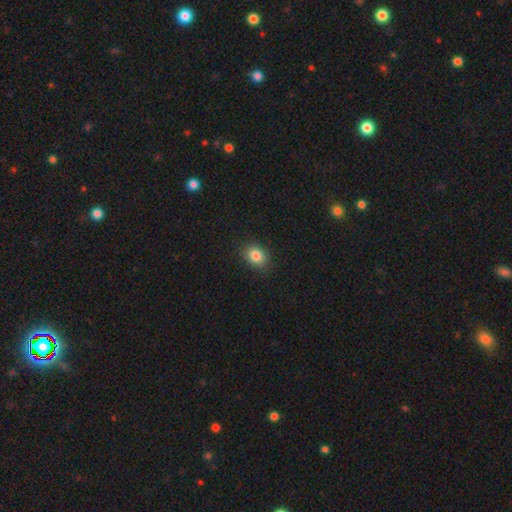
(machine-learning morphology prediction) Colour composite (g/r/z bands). It shows a smooth galaxy with no disk features (84%) that is in between round and cigar-shaped (56%). Merging: none (86%).